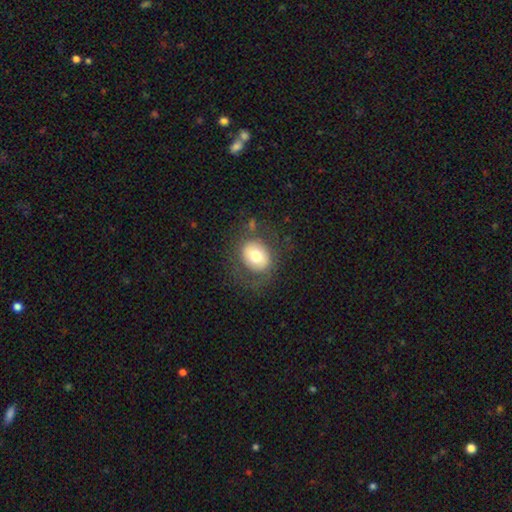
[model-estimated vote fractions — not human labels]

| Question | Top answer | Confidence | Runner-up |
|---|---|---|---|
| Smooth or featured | smooth | 66% | featured or disk (25%) |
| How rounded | round | 56% | in between (43%) |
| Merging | none | 73% | minor disturbance (14%) |